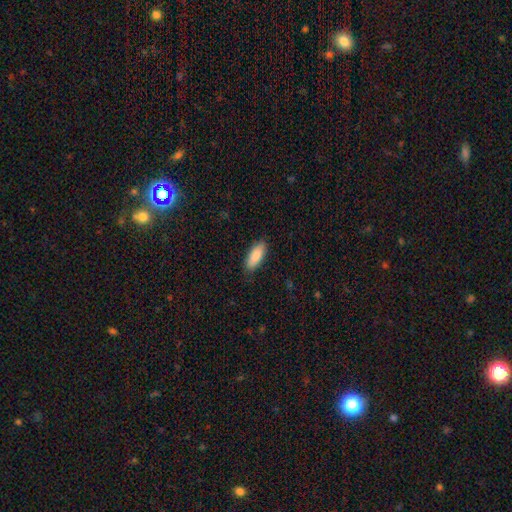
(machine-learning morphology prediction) Q: Smooth or featured?
A: smooth (87%); runner-up: featured or disk (8%)
Q: How rounded?
A: in between (76%); runner-up: cigar-shaped (22%)
Q: Merging?
A: none (85%); runner-up: minor disturbance (11%)